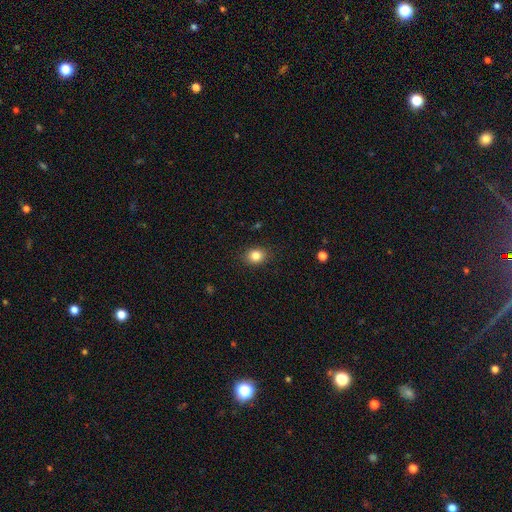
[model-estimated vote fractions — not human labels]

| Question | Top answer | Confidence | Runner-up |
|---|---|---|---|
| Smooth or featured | smooth | 84% | star or artifact (10%) |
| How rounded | round | 51% | in between (48%) |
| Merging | none | 88% | minor disturbance (9%) |